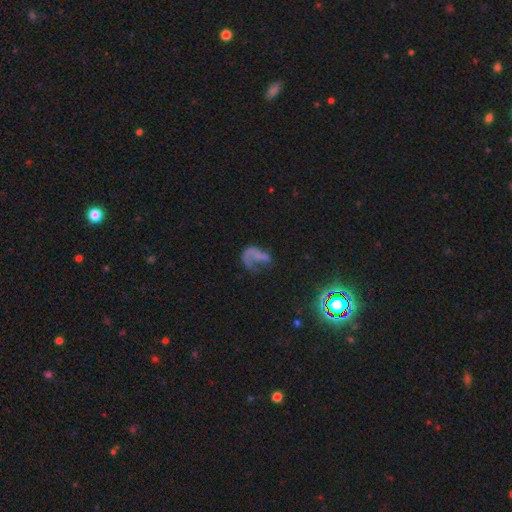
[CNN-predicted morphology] Smooth or featured? Predicted: featured or disk (p=0.49). Merging? Predicted: major disturbance (p=0.48).